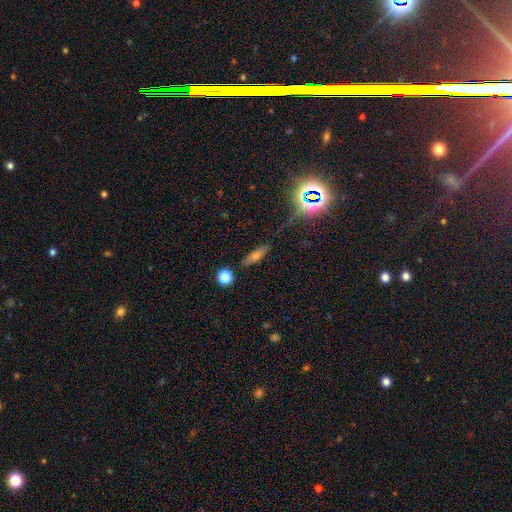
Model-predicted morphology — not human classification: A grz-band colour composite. It shows a smooth galaxy with no disk features (54%) that is cigar-shaped (56%). Merging: none (80%).